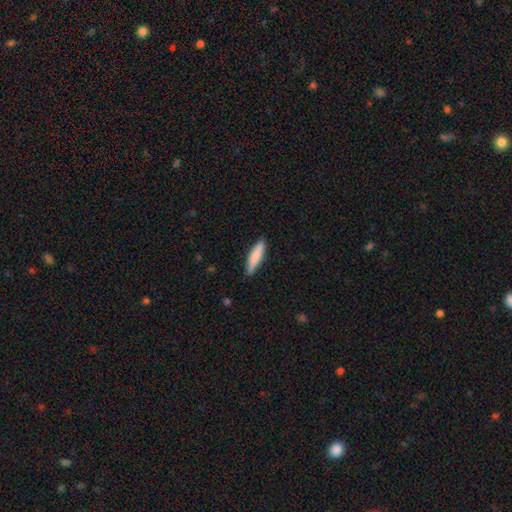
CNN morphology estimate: Smooth or featured: smooth — 82% (featured or disk — 13%)
How rounded: cigar-shaped — 75% (in between — 23%)
Merging: none — 86% (minor disturbance — 11%)